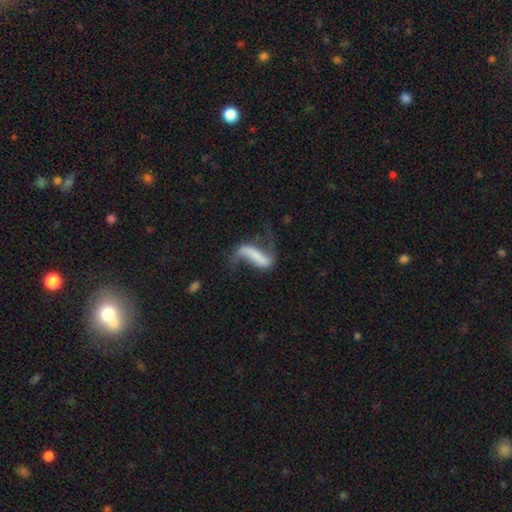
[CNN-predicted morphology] Smooth or featured? Predicted: featured or disk (p=0.69). Edge-on disk? Predicted: no (p=0.88). Bar? Predicted: strong (p=0.59). Spiral arms? Predicted: yes (p=0.85). Spiral winding? Predicted: loose (p=0.89). Spiral arm count? Predicted: 2 (p=0.81). Bulge size? Predicted: none (p=0.56). Merging? Predicted: none (p=0.45).